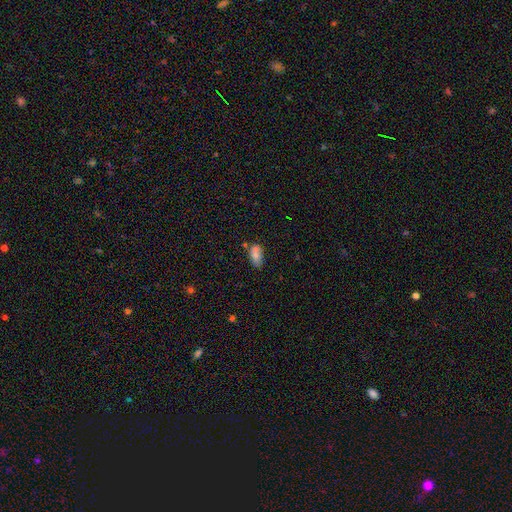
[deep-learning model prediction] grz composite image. It shows a smooth galaxy with no disk features (73%) that is in between round and cigar-shaped (88%). Merging: none (45%).